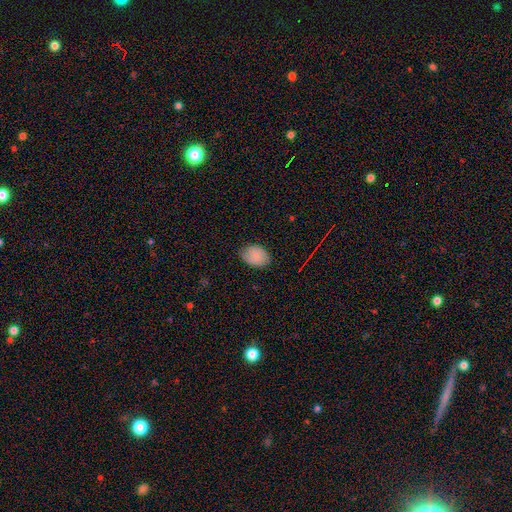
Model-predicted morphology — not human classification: This is likely a smooth galaxy (77%). How rounded: likely in between (79%). Merging: likely none (76%).